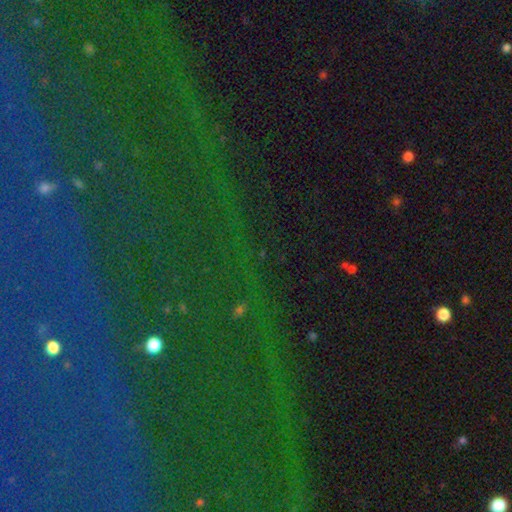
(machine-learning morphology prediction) This appears to be a star or artifact, not a galaxy (82%).